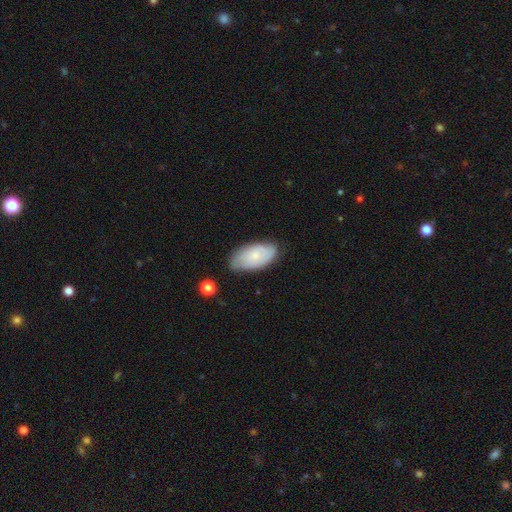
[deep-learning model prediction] Smooth or featured?
  - smooth: 65% *
  - featured or disk: 29%
  - star or artifact: 6%
How rounded?
  - in between: 94% *
  - cigar-shaped: 3%
  - round: 3%
Merging?
  - none: 69% *
  - minor disturbance: 25%
  - major disturbance: 5%
  - merger: 2%